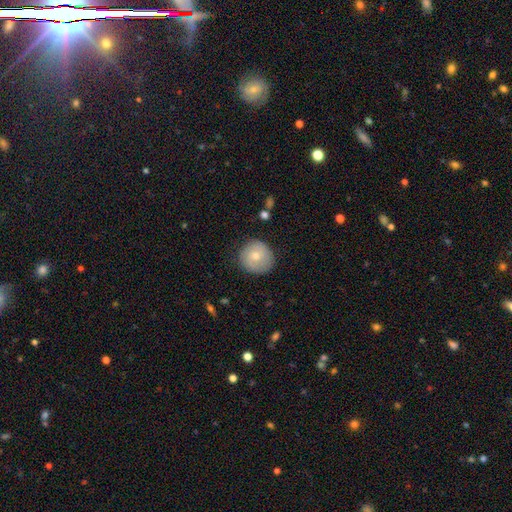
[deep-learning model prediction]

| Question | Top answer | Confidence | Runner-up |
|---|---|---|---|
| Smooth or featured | smooth | 67% | featured or disk (26%) |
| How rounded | round | 92% | in between (7%) |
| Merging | none | 83% | minor disturbance (13%) |